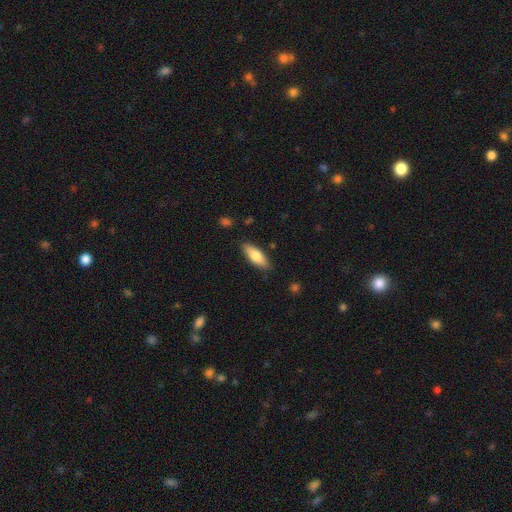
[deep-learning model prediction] This is likely a smooth galaxy (71%). How rounded: likely in between (66%). Merging: clearly none (85%).